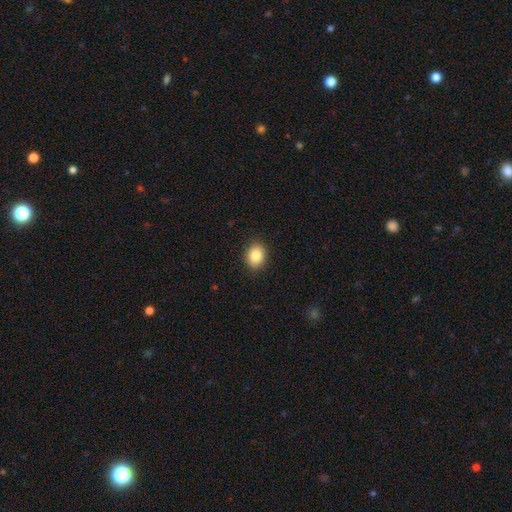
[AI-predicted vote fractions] Smooth or featured? smooth (85%)
How rounded? in between (50%)
Merging? none (90%)